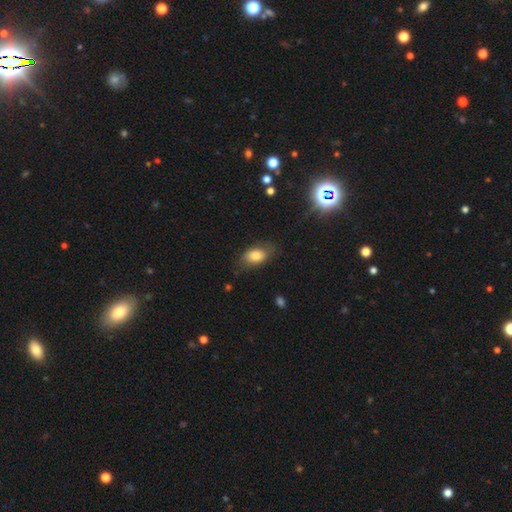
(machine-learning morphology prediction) This is likely a smooth galaxy (78%). How rounded: clearly in between (88%). Merging: likely none (70%).